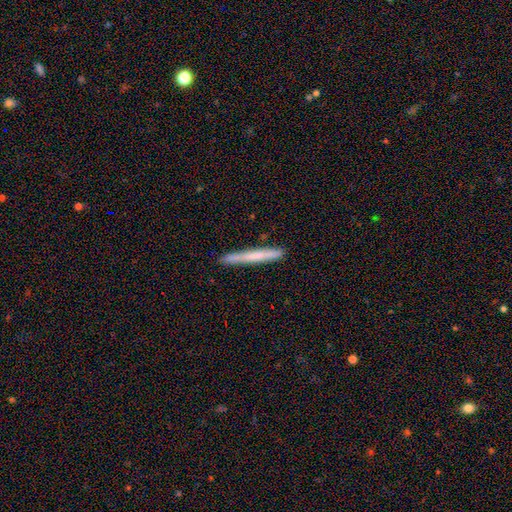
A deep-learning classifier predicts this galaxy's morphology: Smooth or featured?
  - smooth: 65% *
  - featured or disk: 29%
  - star or artifact: 6%
How rounded?
  - cigar-shaped: 97% *
  - in between: 2%
  - round: 1%
Merging?
  - none: 90% *
  - minor disturbance: 8%
  - major disturbance: 1%
  - merger: 1%